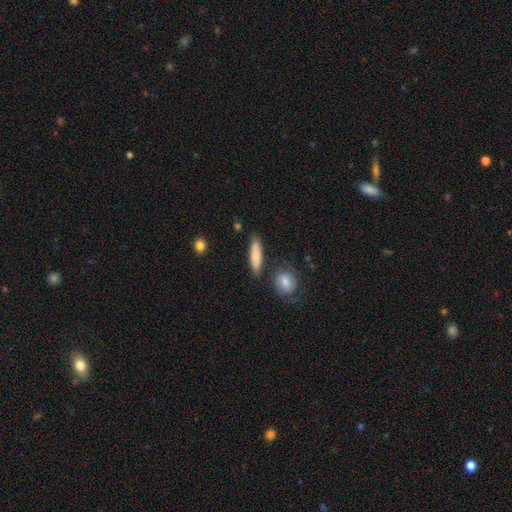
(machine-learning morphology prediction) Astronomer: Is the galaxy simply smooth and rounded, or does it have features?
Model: smooth — 80%.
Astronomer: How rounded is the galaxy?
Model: cigar-shaped — 66%.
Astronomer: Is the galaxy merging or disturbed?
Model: none — 79%.